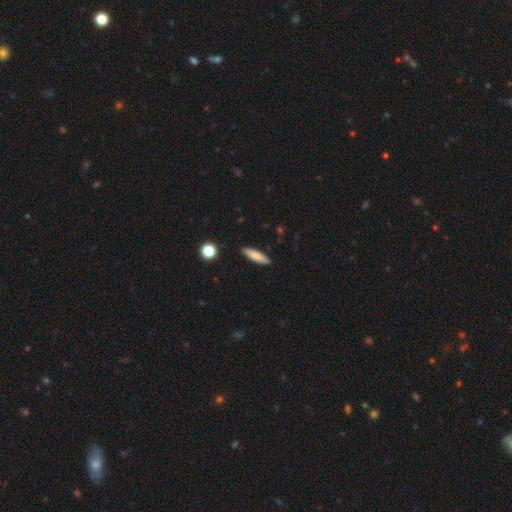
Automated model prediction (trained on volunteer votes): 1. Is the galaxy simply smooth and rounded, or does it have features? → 81% smooth, 12% featured or disk, 7% star or artifact.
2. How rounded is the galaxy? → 74% cigar-shaped, 24% in between, 2% round.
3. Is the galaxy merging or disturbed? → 90% none, 7% minor disturbance, 2% major disturbance, 1% merger.